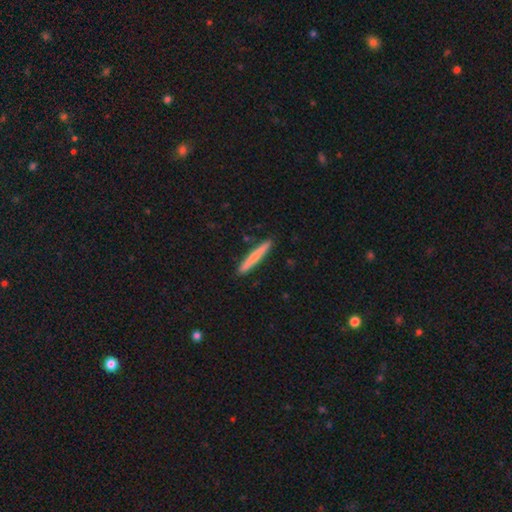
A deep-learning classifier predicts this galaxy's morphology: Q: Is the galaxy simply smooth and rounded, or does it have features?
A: smooth — 70%.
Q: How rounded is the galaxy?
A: cigar-shaped — 96%.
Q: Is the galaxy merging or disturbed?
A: none — 91%.